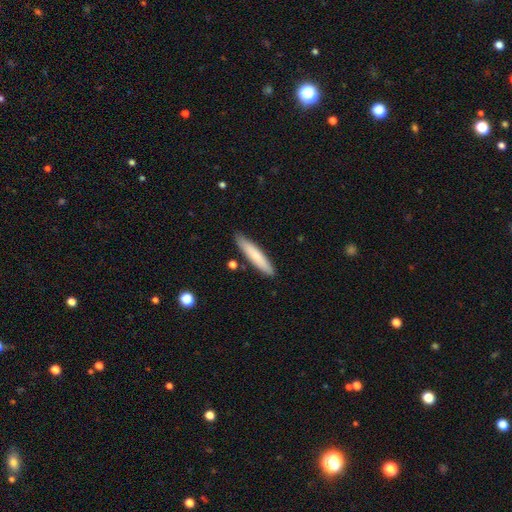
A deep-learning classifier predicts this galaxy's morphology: A smooth galaxy with no disk features (74%) that is cigar-shaped (90%).

Vote fractions:
- Smooth or featured? smooth: 74% / featured or disk: 21% / star or artifact: 6%
- How rounded? cigar-shaped: 90% / in between: 9% / round: 1%
- Merging? none: 88% / minor disturbance: 9% / merger: 2% / major disturbance: 2%